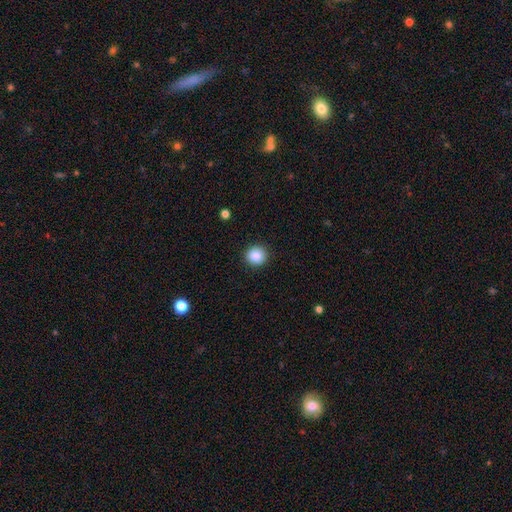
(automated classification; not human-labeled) Smooth or featured: smooth — 87% (star or artifact — 9%)
How rounded: round — 93% (in between — 6%)
Merging: none — 92% (minor disturbance — 5%)